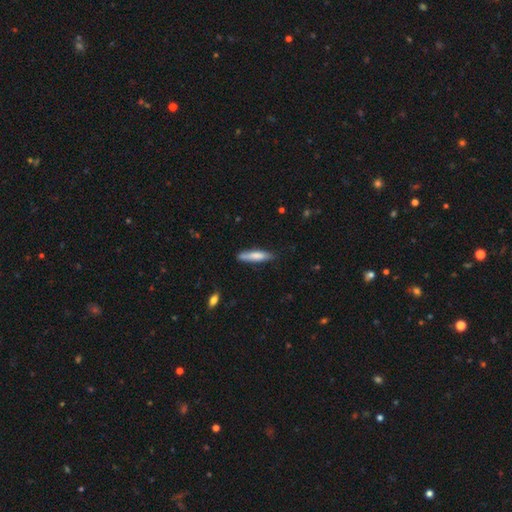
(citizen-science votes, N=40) smooth 78%, featured or disk 15%, star or artifact 8%. Down the decision tree: how rounded — cigar-shaped (74%); merging — none (89%).